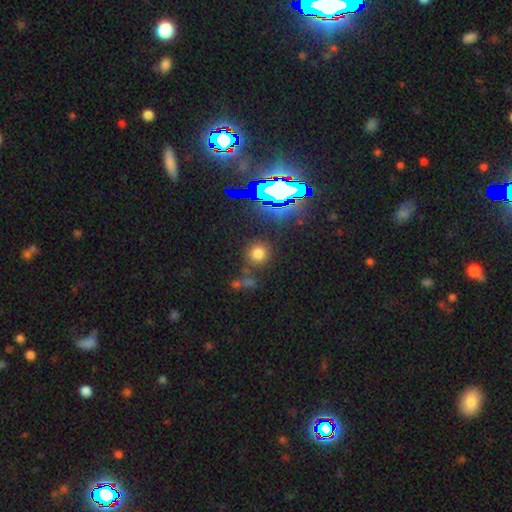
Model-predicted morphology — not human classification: Smooth or featured? smooth (68%)
How rounded? round (91%)
Merging? none (80%)